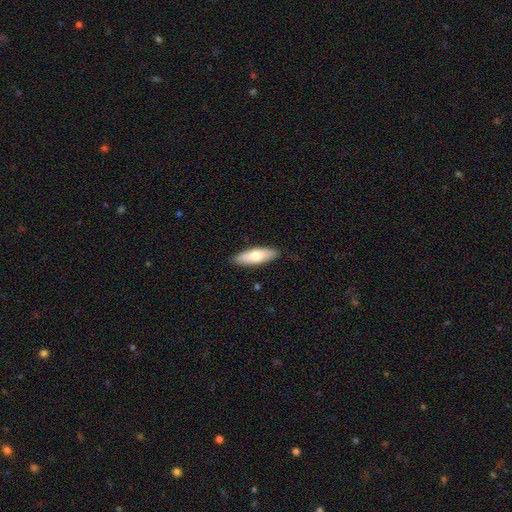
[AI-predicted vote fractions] Overall: smooth (75%). How rounded: in between (58%; cigar-shaped 41%). Merging: none (86%).